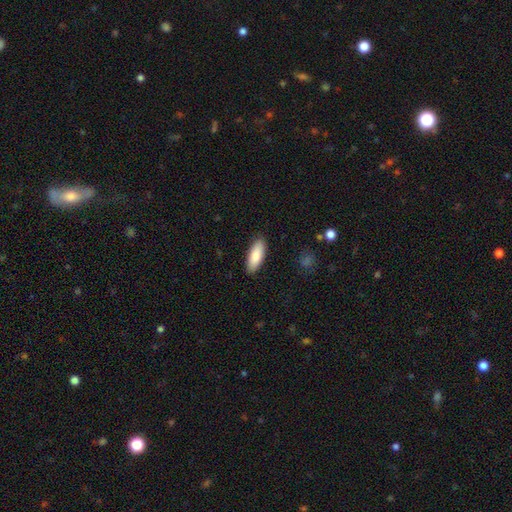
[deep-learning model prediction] Overall: smooth (83%). How rounded: in between (74%). Merging: none (89%).